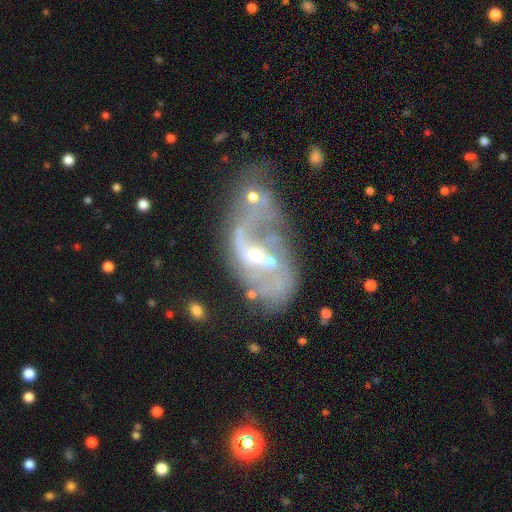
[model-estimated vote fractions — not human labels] A featured or disk galaxy (81%) with no bar (43%), 2 (68%) loose (60%) spiral arms (81%) and a small central bulge (57%). Merging: merger (34%).